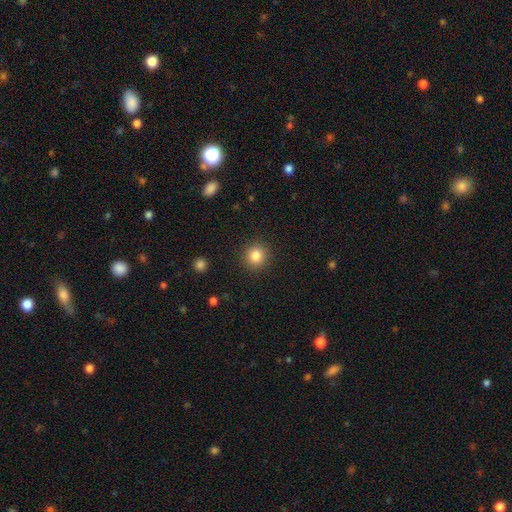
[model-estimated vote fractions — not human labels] A smooth galaxy with no disk features (84%) that is round (90%).

Vote fractions:
- Smooth or featured? smooth: 84% / star or artifact: 10% / featured or disk: 5%
- How rounded? round: 90% / in between: 9% / cigar-shaped: 1%
- Merging? none: 91% / minor disturbance: 6% / major disturbance: 2% / merger: 1%